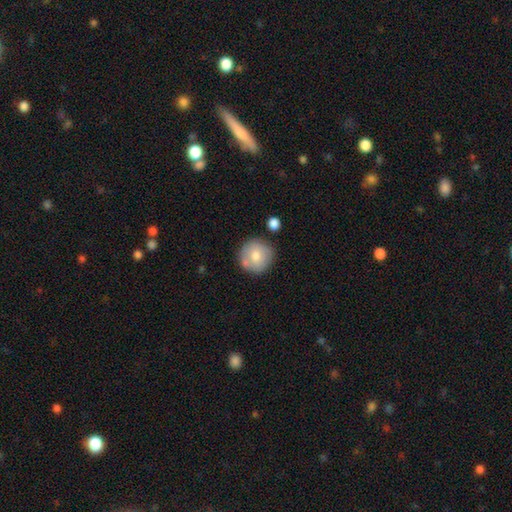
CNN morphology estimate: smooth_or_featured: smooth (p=0.74) [alt: featured or disk p=0.19]
how_rounded: round (p=0.95) [alt: in between p=0.04]
merging: none (p=0.74) [alt: minor disturbance p=0.13]